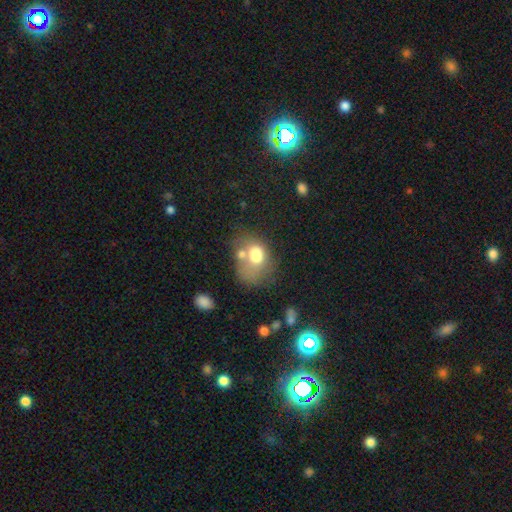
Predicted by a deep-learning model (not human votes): This appears to be a smooth galaxy with no disk features (66%) that is in between round and cigar-shaped (61%). Merging: merger (36%).